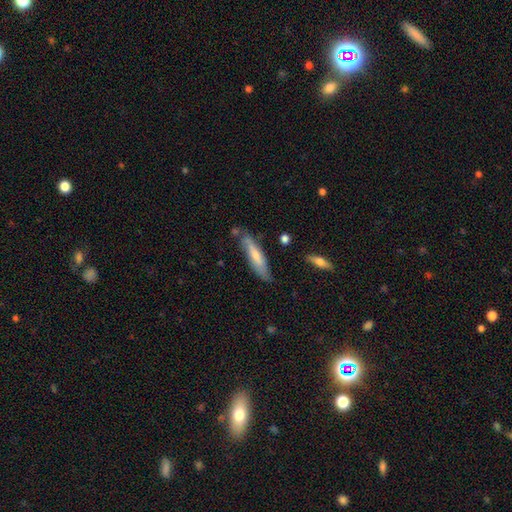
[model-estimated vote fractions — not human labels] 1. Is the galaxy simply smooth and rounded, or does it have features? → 59% smooth, 36% featured or disk, 6% star or artifact.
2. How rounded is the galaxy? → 80% cigar-shaped, 18% in between, 1% round.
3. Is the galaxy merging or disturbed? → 70% none, 21% minor disturbance, 4% merger, 4% major disturbance.